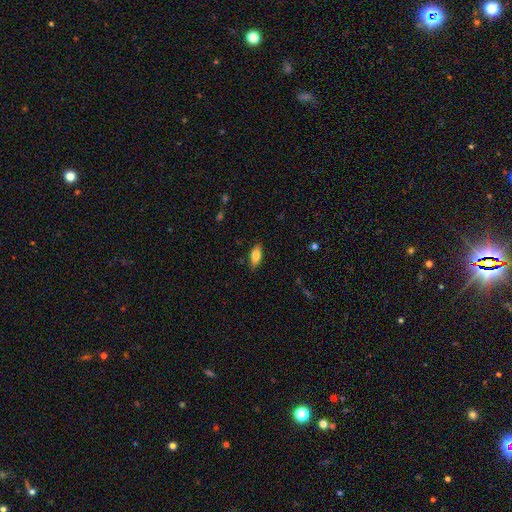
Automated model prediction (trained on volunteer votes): Smooth or featured? smooth (80%)
How rounded? in between (83%)
Merging? none (83%)